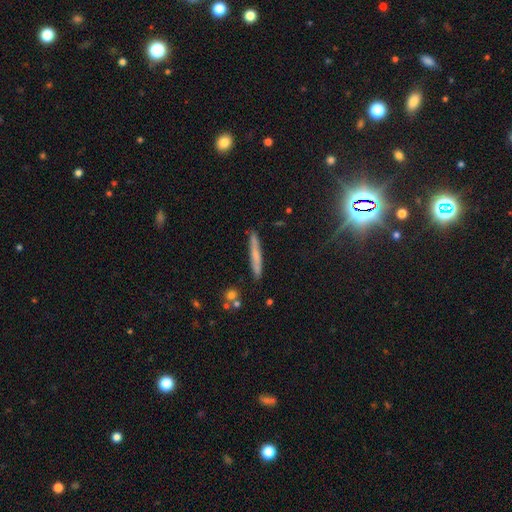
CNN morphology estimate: Smooth or featured?
  - smooth: 56% *
  - featured or disk: 35%
  - star or artifact: 10%
How rounded?
  - cigar-shaped: 95% *
  - in between: 3%
  - round: 2%
Merging?
  - none: 86% *
  - minor disturbance: 10%
  - merger: 2%
  - major disturbance: 2%